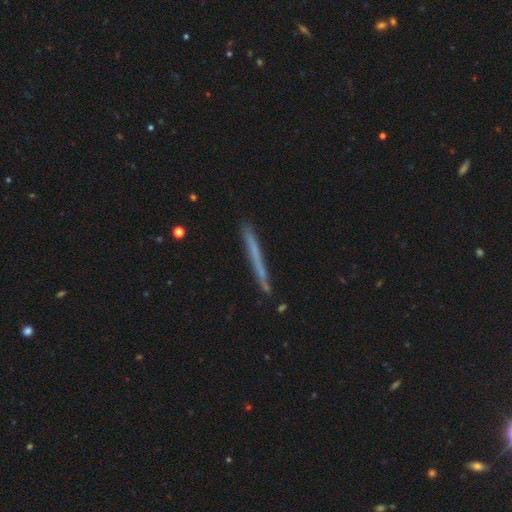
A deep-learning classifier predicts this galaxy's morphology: Smooth or featured: smooth — 51% (featured or disk — 42%)
How rounded: cigar-shaped — 97% (in between — 2%)
Merging: none — 87% (minor disturbance — 10%)